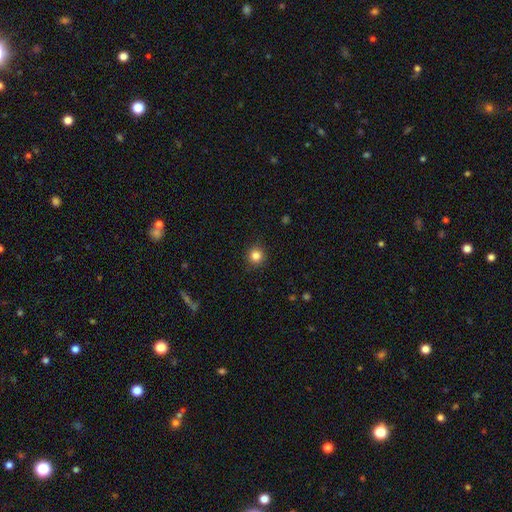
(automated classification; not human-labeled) Smooth or featured: smooth — 84% (star or artifact — 11%)
How rounded: round — 93% (in between — 6%)
Merging: none — 90% (minor disturbance — 7%)